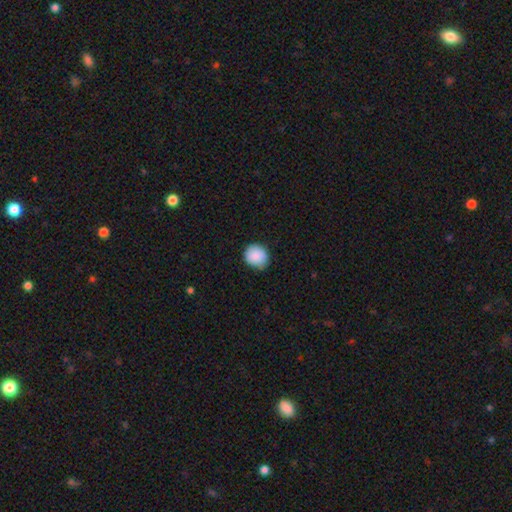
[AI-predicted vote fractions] smooth 89%, star or artifact 7%, featured or disk 4%. Down the decision tree: how rounded — round (83%); merging — none (82%).